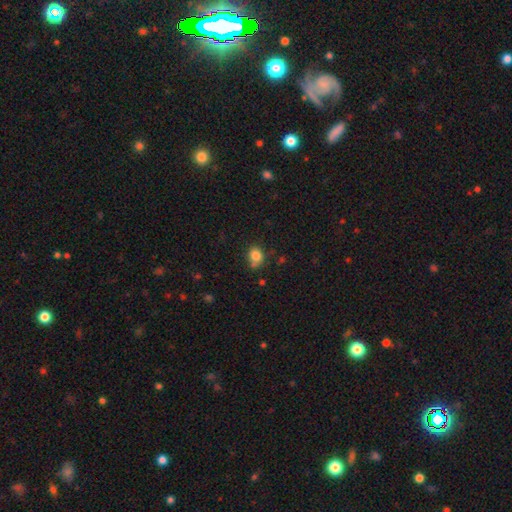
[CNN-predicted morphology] type=smooth (82%); roundness=round (66%); merging=none (60%).